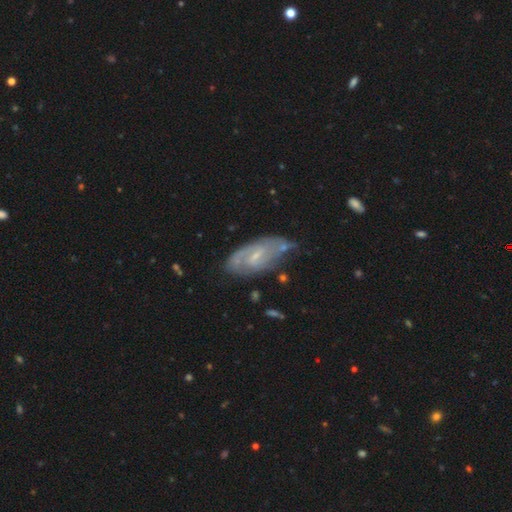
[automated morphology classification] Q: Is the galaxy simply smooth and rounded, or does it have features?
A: featured or disk — 70%.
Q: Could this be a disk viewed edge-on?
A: no — 92%.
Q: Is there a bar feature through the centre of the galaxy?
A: weak — 52%.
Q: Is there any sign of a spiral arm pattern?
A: yes — 80%.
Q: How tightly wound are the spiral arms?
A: medium — 40%, tied with tight.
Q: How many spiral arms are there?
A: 2 — 53%.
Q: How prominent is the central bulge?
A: small — 67%.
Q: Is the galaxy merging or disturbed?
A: none — 57%.